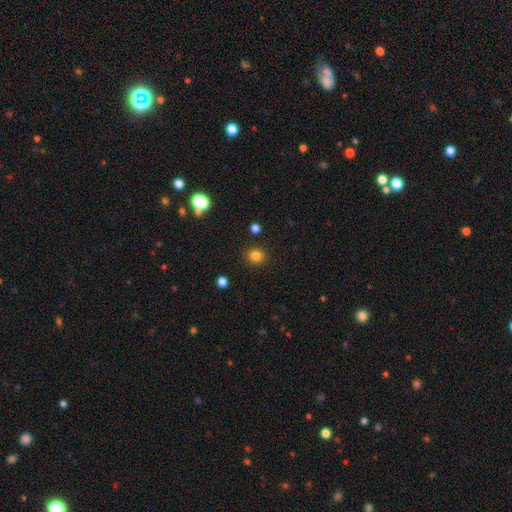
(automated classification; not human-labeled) Smooth or featured: smooth — 82% (star or artifact — 13%)
How rounded: round — 78% (in between — 21%)
Merging: none — 89% (minor disturbance — 7%)